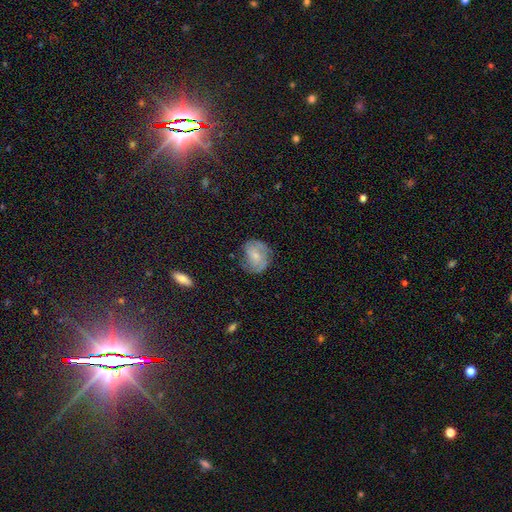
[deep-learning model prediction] Smooth or featured? featured or disk (50%)
Merging? none (65%)